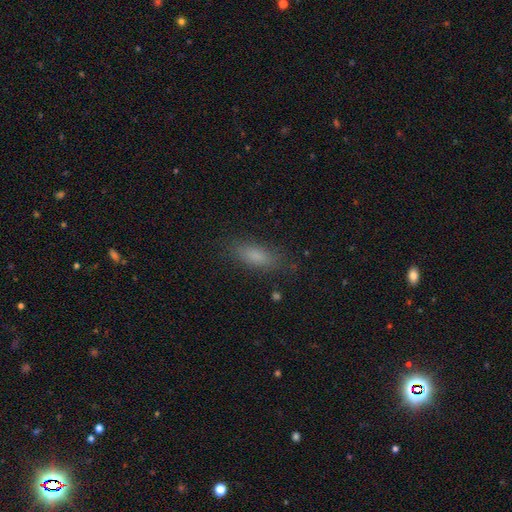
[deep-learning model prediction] A smooth galaxy with no disk features (80%) that is in between round and cigar-shaped (61%). Merging: none (83%).